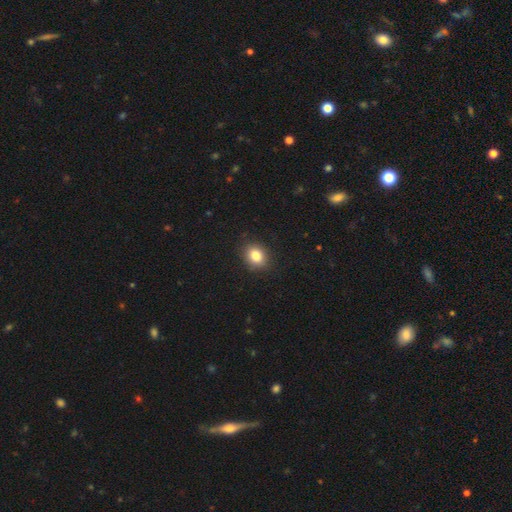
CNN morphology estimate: This is clearly a smooth galaxy (83%). How rounded: possibly in between (52%). Merging: clearly none (87%).